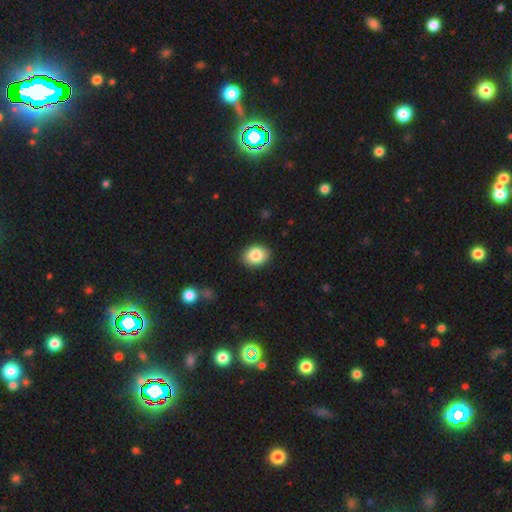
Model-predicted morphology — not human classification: Smooth or featured? Predicted: smooth (p=0.84). How rounded? Predicted: in between (p=0.64). Merging? Predicted: none (p=0.88).